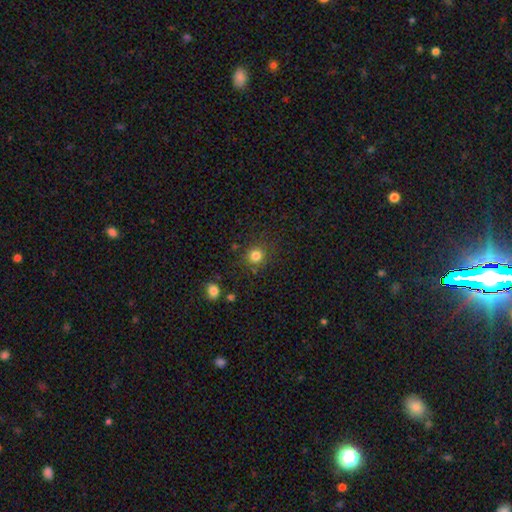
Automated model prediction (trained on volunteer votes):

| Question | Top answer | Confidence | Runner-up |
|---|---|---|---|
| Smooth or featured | smooth | 82% | star or artifact (13%) |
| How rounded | round | 89% | in between (10%) |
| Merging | none | 83% | minor disturbance (10%) |